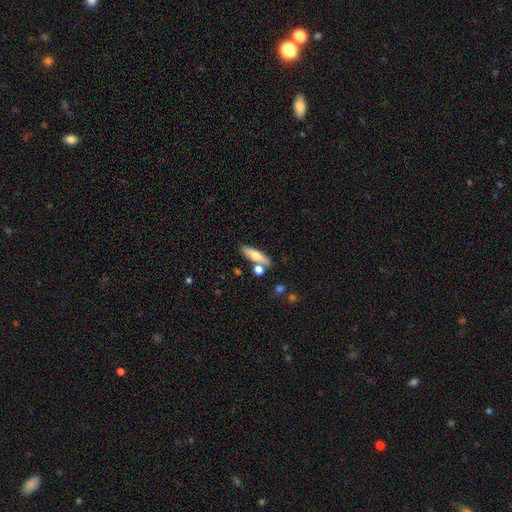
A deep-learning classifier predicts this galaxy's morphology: This is likely a smooth galaxy (68%). How rounded: possibly cigar-shaped (57%). Merging: likely none (70%).